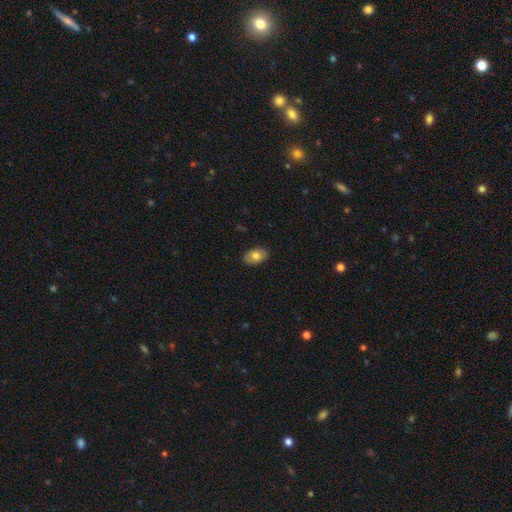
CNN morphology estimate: A smooth galaxy with no disk features (78%) that is in between round and cigar-shaped (90%). Merging: none (88%).